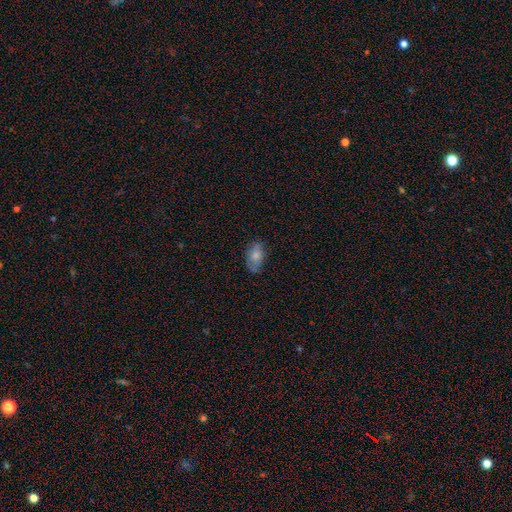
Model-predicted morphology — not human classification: smooth 72%, featured or disk 20%, star or artifact 7%. Down the decision tree: how rounded — in between (91%); merging — none (69%).